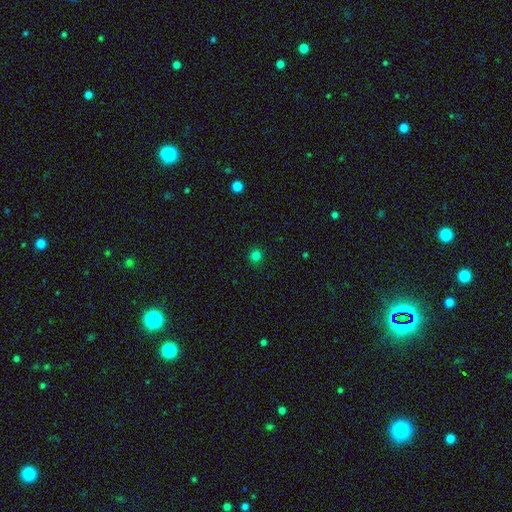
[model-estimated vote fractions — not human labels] This appears to be a smooth galaxy with no disk features (80%) that is round (93%). Merging: none (90%).